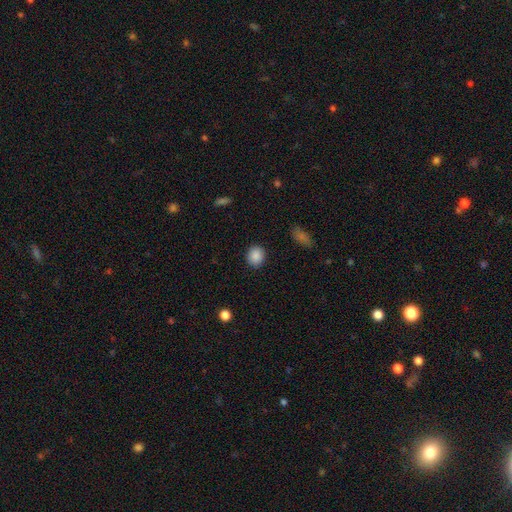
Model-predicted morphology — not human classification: The model was most divided on "how rounded": round: 70%, in between: 29%, cigar-shaped: 1%. More confident: merging — none (90%); smooth or featured — smooth (88%).